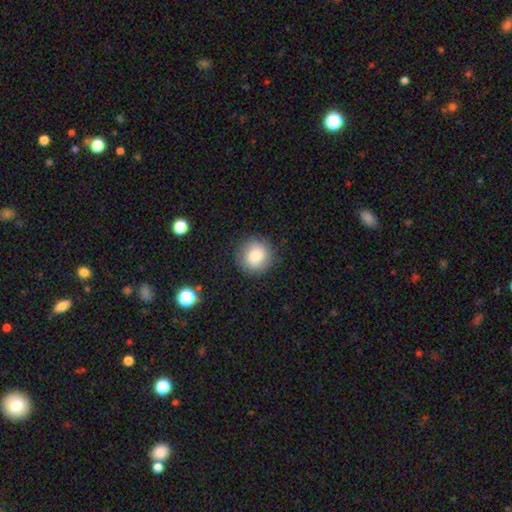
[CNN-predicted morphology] Smooth or featured? Predicted: smooth (p=0.79). How rounded? Predicted: round (p=0.92). Merging? Predicted: none (p=0.85).